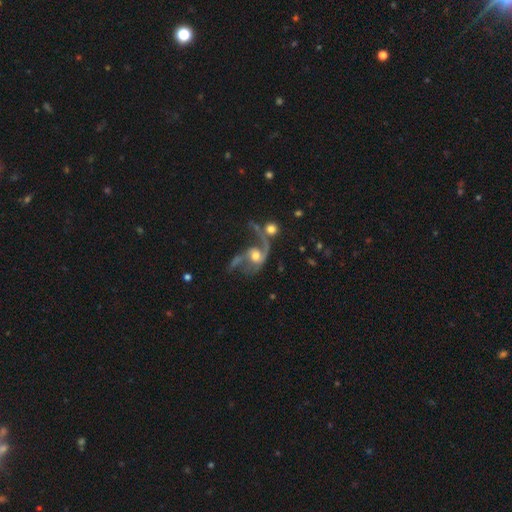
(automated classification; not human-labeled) Smooth or featured: featured or disk — 77% (smooth — 14%)
Edge-on disk: no — 97% (yes — 3%)
Bar: no — 64% (weak — 29%)
Spiral arms: yes — 89% (no — 11%)
Spiral winding: loose — 65% (medium — 28%)
Spiral arm count: 2 — 72% (1 — 15%)
Bulge size: moderate — 62% (small — 18%)
Merging: major disturbance — 33% (none — 27%)